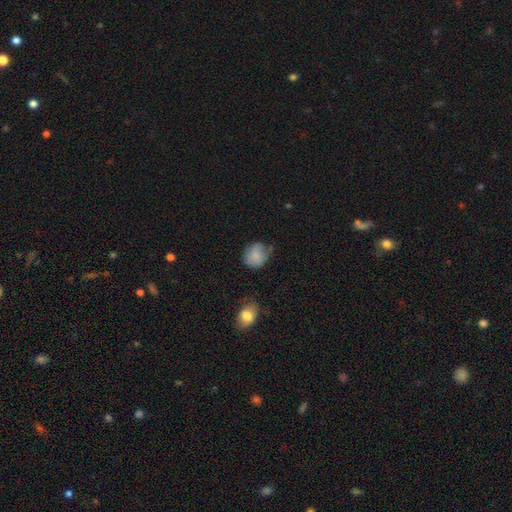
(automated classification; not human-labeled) Smooth or featured? Predicted: smooth (p=0.75). How rounded? Predicted: round (p=0.71). Merging? Predicted: none (p=0.58).